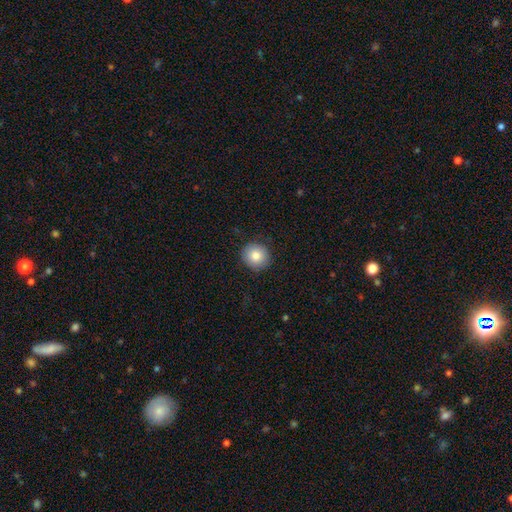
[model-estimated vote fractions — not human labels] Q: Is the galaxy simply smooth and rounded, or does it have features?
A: smooth — 83%.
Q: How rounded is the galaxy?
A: round — 93%.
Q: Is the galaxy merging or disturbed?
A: none — 89%.